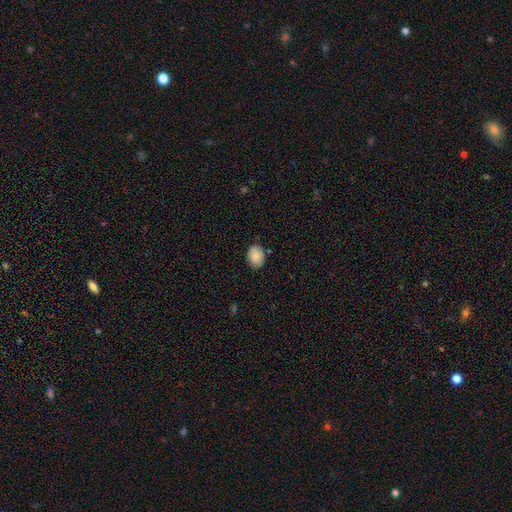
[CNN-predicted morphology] smooth 82%, featured or disk 11%, star or artifact 8%. Down the decision tree: how rounded — in between (67%); merging — none (77%).